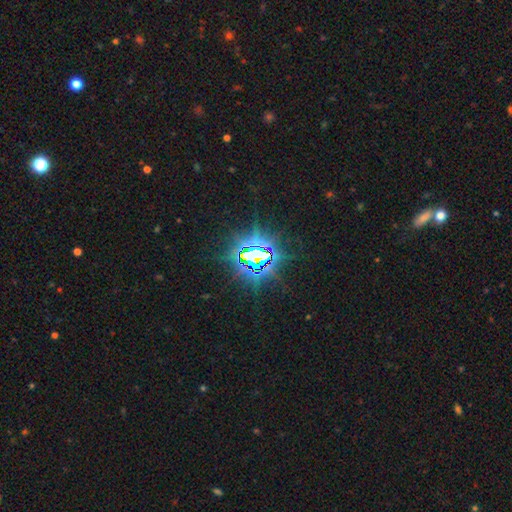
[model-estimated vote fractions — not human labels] Smooth or featured? Predicted: star or artifact (p=0.84).